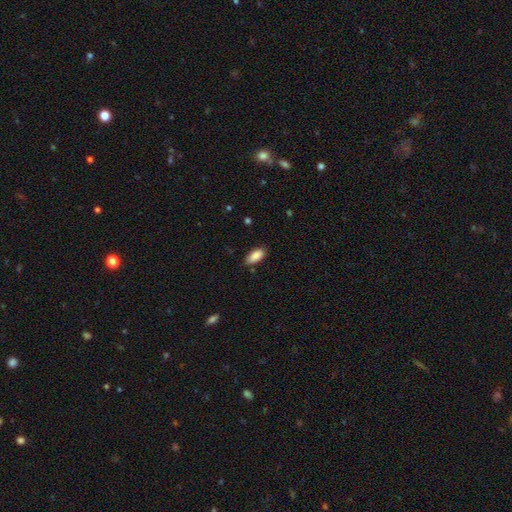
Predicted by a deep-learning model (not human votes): Smooth or featured? smooth (88%)
How rounded? in between (90%)
Merging? none (81%)